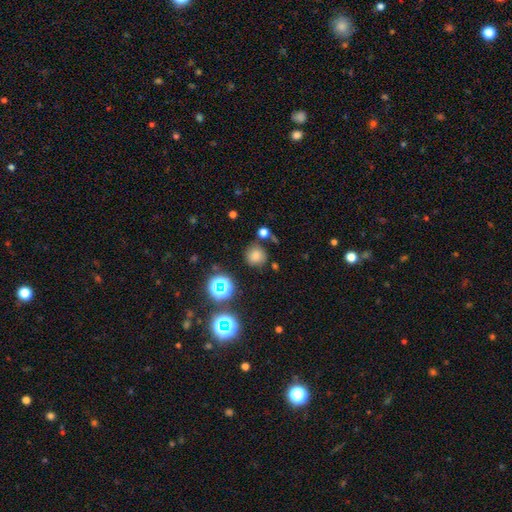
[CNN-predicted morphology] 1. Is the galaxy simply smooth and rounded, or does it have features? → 73% smooth, 20% star or artifact, 7% featured or disk.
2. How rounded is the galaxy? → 91% round, 8% in between, 1% cigar-shaped.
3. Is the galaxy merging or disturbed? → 78% none, 12% minor disturbance, 7% merger, 4% major disturbance.